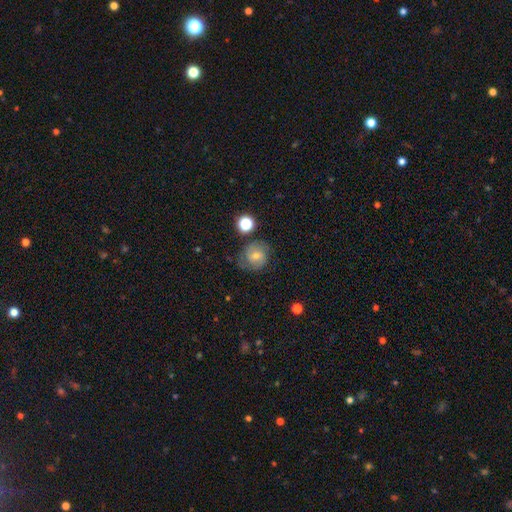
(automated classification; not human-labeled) smooth-or-featured: smooth: 47% | featured or disk: 41% | star or artifact: 12%
  merging: none: 69% | minor disturbance: 20% | major disturbance: 7% | merger: 4%